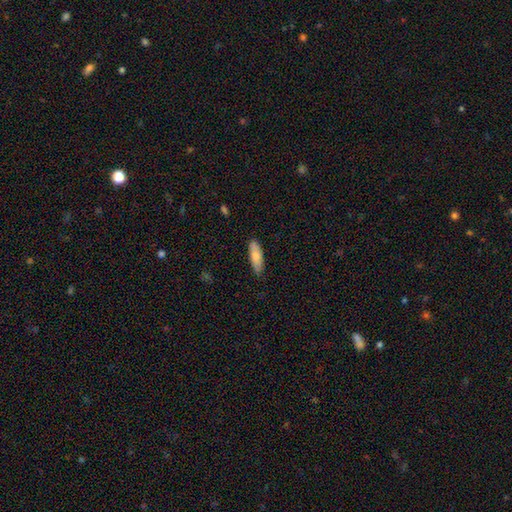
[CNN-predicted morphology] The model was most divided on "how rounded": cigar-shaped: 50%, in between: 48%, round: 2%. More confident: merging — none (83%); smooth or featured — smooth (77%).